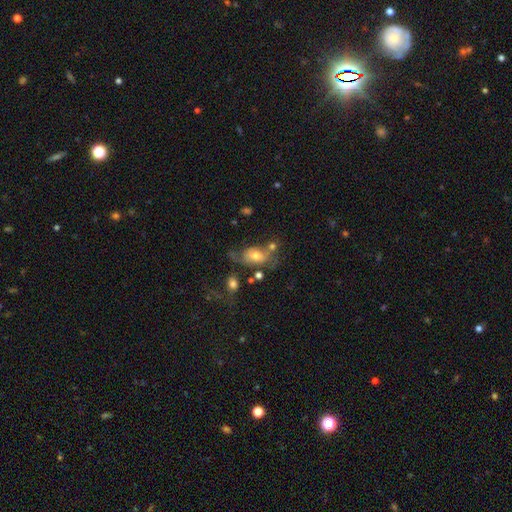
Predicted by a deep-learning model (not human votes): A smooth galaxy with no disk features (55%) that is in between round and cigar-shaped (81%).

Vote fractions:
- Smooth or featured? smooth: 55% / featured or disk: 34% / star or artifact: 11%
- How rounded? in between: 81% / round: 16% / cigar-shaped: 2%
- Merging? none: 36% / major disturbance: 23% / minor disturbance: 22% / merger: 19%